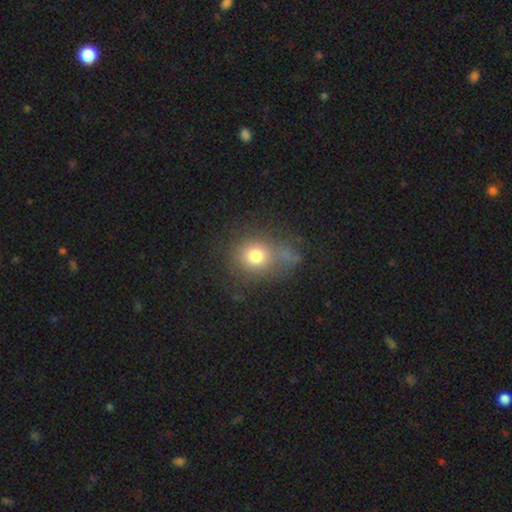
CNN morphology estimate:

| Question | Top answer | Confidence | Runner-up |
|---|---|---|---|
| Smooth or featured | smooth | 73% | featured or disk (14%) |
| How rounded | round | 73% | in between (25%) |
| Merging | none | 48% | major disturbance (22%) |